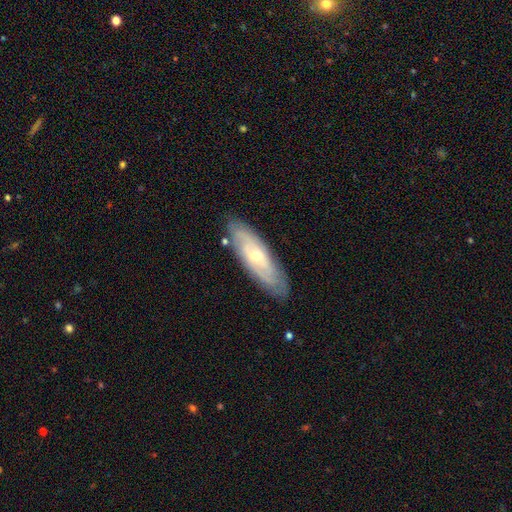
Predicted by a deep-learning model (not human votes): smooth-or-featured: featured or disk: 69% | smooth: 25% | star or artifact: 6%
  disk-edge-on: no: 76% | yes: 24%
    bar: no: 60% | weak: 32% | strong: 8%
    has-spiral-arms: yes: 79% | no: 21%
    bulge-size: small: 54% | moderate: 43% | large: 2% | none: 1% | dominant: 1%
  merging: none: 83% | minor disturbance: 13% | major disturbance: 3% | merger: 2%